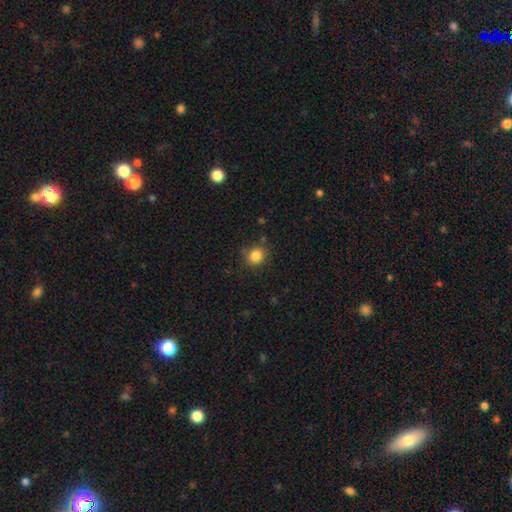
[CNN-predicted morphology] A smooth galaxy with no disk features (84%) that is round (80%). Merging: none (80%).